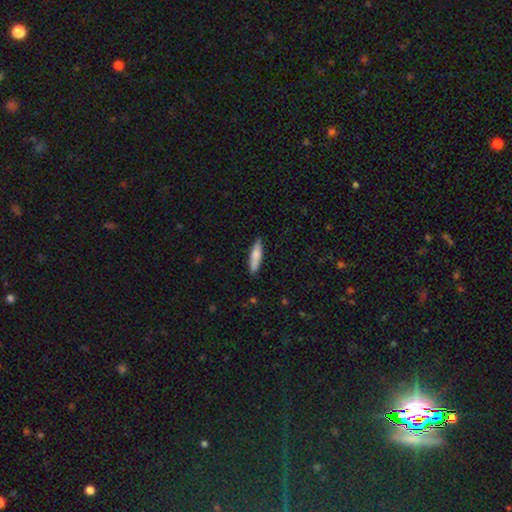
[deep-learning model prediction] A smooth galaxy with no disk features (76%) that is cigar-shaped (78%). Merging: none (86%).